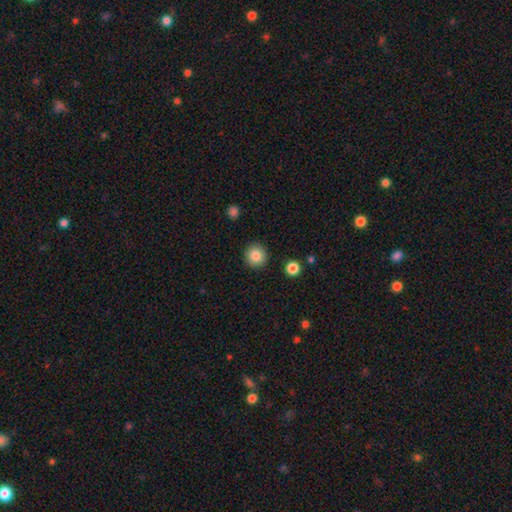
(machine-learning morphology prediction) type=smooth (84%); roundness=round (94%); merging=none (91%).